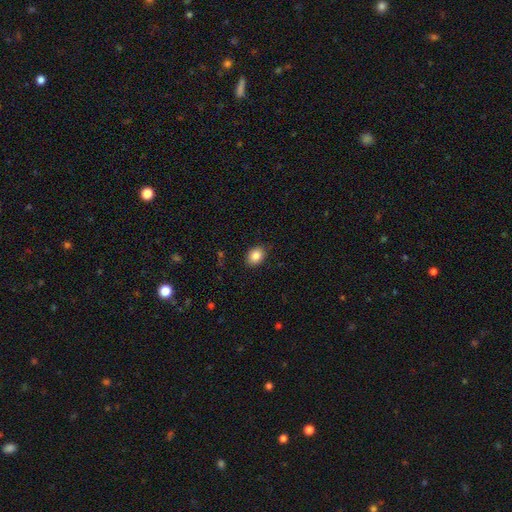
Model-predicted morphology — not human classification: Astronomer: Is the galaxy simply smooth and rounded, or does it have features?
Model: smooth — 87%.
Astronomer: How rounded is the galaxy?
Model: in between — 61% (runner-up: round, 38%).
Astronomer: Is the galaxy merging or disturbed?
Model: none — 87%.